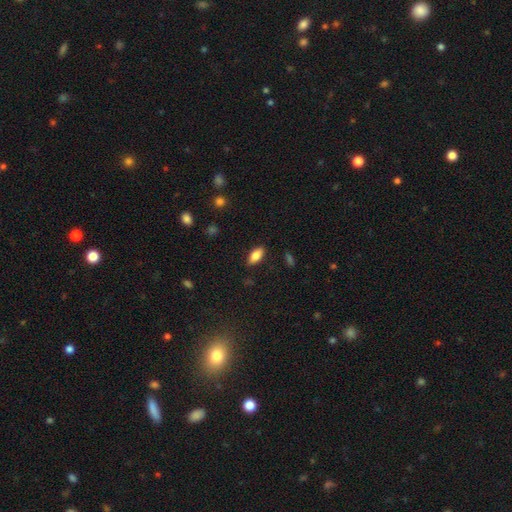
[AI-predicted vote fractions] smooth_or_featured: smooth (p=0.81) [alt: featured or disk p=0.12]
how_rounded: in between (p=0.88) [alt: cigar-shaped p=0.09]
merging: none (p=0.87) [alt: minor disturbance p=0.10]